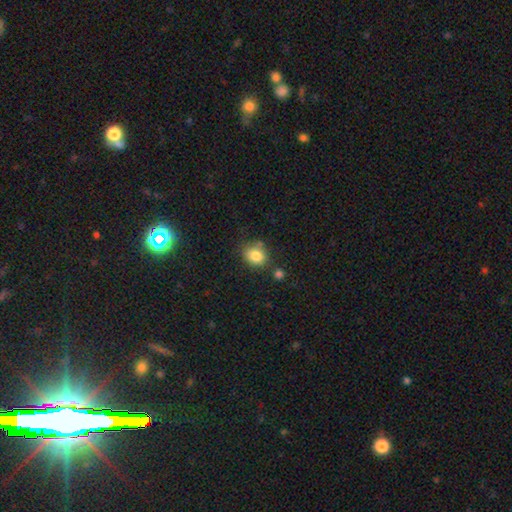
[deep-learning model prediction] The model was most divided on "how rounded": round: 54%, in between: 45%, cigar-shaped: 1%. More confident: smooth or featured — smooth (83%); merging — none (71%).